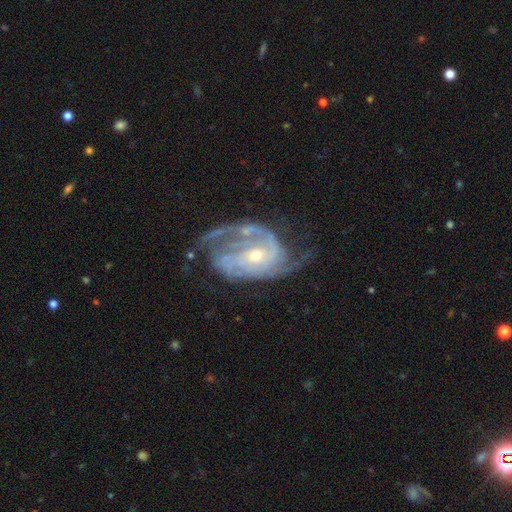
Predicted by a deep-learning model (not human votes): smooth_or_featured: featured or disk (p=0.90) [alt: star or artifact p=0.05]
disk_edge_on: no (p=0.97) [alt: yes p=0.03]
bar: no (p=0.63) [alt: weak p=0.27]
has_spiral_arms: yes (p=0.97) [alt: no p=0.03]
spiral_winding: tight (p=0.44) [alt: medium p=0.42]
spiral_arm_count: 2 (p=0.40) [alt: 3 p=0.25]
bulge_size: small (p=0.62) [alt: moderate p=0.35]
merging: none (p=0.53) [alt: minor disturbance p=0.22]